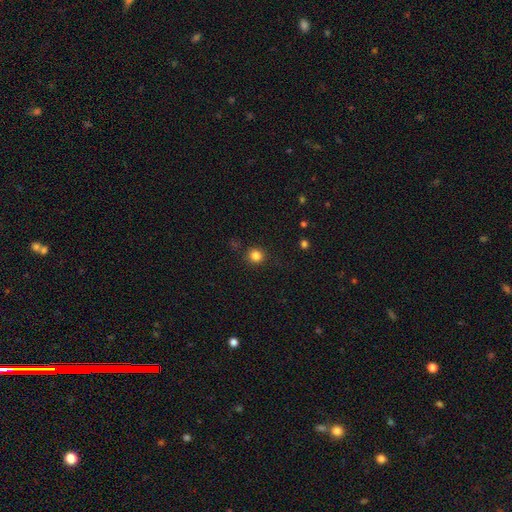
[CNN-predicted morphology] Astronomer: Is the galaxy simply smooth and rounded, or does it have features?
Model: smooth — 84%.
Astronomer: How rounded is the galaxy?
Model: round — 91%.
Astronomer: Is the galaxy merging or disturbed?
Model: none — 89%.